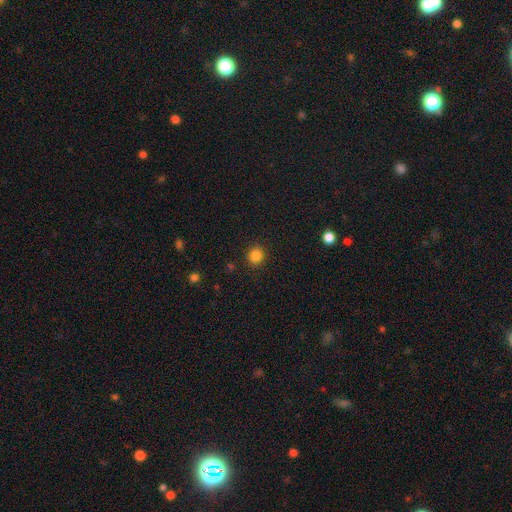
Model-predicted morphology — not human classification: This appears to be a smooth galaxy with no disk features (84%) that is round (89%). Merging: none (91%).